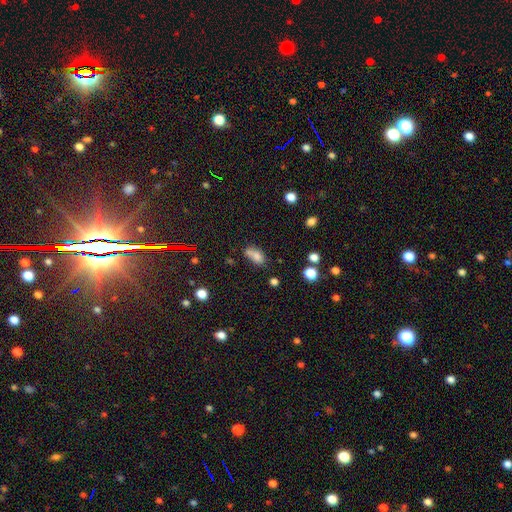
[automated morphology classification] Smooth or featured?
  - smooth: 76% *
  - star or artifact: 13%
  - featured or disk: 11%
How rounded?
  - in between: 80% *
  - round: 13%
  - cigar-shaped: 7%
Merging?
  - none: 41% *
  - merger: 27%
  - minor disturbance: 22%
  - major disturbance: 10%